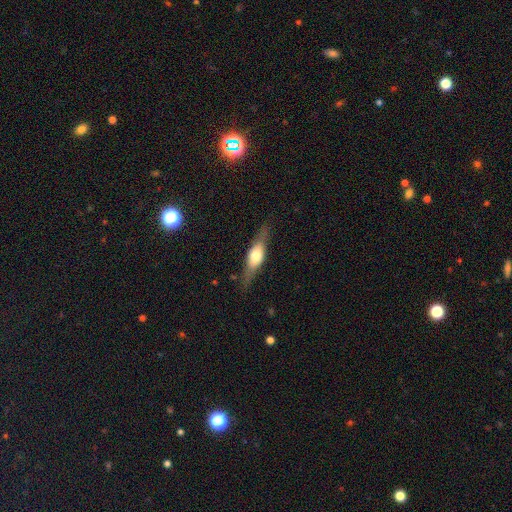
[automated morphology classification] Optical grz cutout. It shows a featured or disk galaxy (57%) viewed edge-on (90%) with a rounded central bulge (87%). Merging: none (80%).